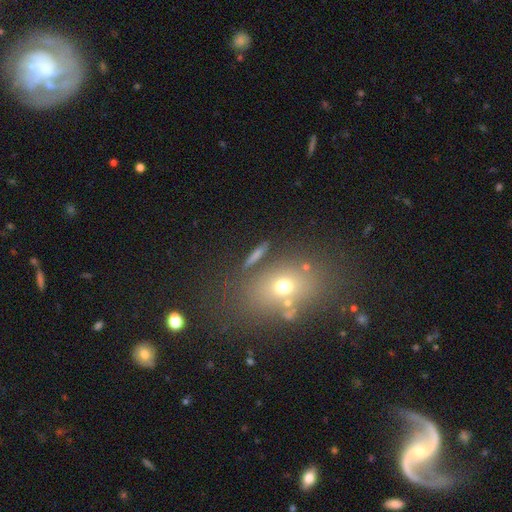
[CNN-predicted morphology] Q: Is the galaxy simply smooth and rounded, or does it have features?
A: smooth — 53%.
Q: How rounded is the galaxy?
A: in between — 61%.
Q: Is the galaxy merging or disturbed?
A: none — 71%.